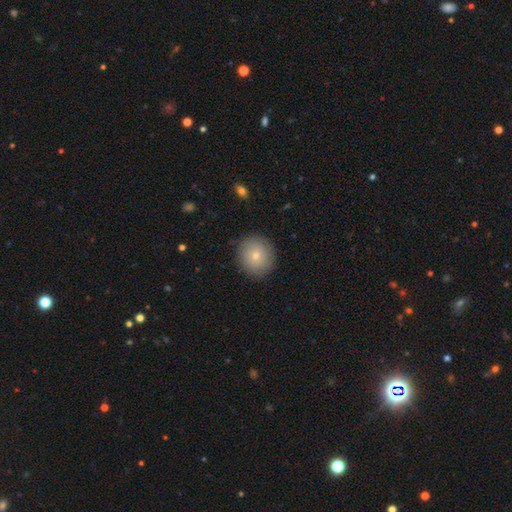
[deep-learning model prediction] Morphology: type=smooth (79%); roundness=round (90%); merging=none (88%).